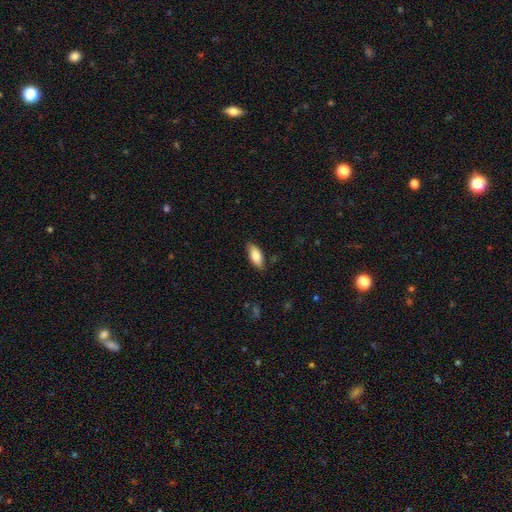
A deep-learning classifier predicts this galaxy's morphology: Smooth or featured: smooth — 81% (featured or disk — 12%)
How rounded: in between — 87% (cigar-shaped — 11%)
Merging: none — 83% (minor disturbance — 13%)